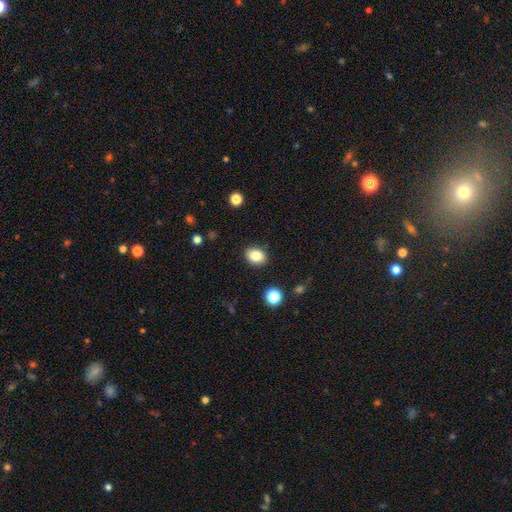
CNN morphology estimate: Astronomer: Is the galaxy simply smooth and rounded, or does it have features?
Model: smooth — 84%.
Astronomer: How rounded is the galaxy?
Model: in between — 67%.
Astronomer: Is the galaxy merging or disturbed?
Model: none — 88%.